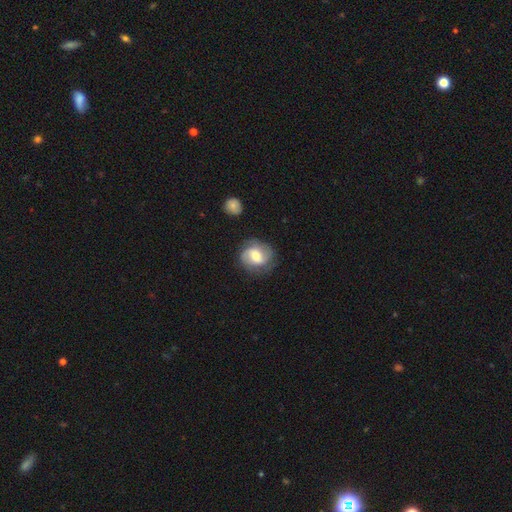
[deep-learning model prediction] Smooth or featured?
  - featured or disk: 64% *
  - smooth: 29%
  - star or artifact: 7%
Edge-on disk?
  - no: 97% *
  - yes: 3%
Bar?
  - weak: 50% *
  - no: 34%
  - strong: 17%
Spiral arms?
  - yes: 89% *
  - no: 11%
Spiral winding?
  - medium: 46% *
  - tight: 33%
  - loose: 22%
Spiral arm count?
  - 2: 70% *
  - can't tell: 13%
  - 3: 9%
  - 1: 5%
  - 4: 2%
  - more than 4: 2%
Bulge size?
  - moderate: 61% *
  - small: 20%
  - large: 15%
  - none: 2%
  - dominant: 2%
Merging?
  - none: 73% *
  - minor disturbance: 17%
  - major disturbance: 8%
  - merger: 2%